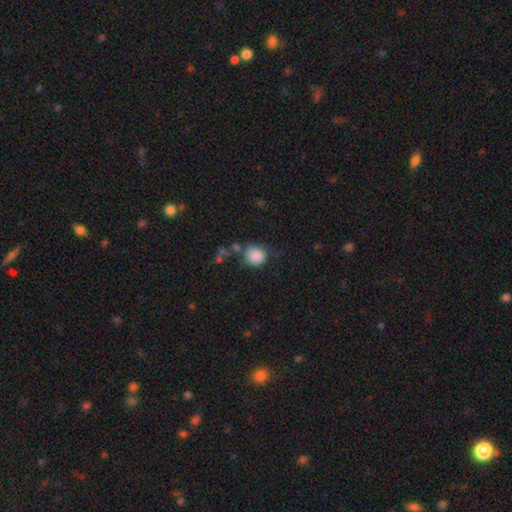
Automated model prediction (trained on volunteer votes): A smooth galaxy with no disk features (87%) that is round (82%).

Vote fractions:
- Smooth or featured? smooth: 87% / star or artifact: 9% / featured or disk: 5%
- How rounded? round: 82% / in between: 17% / cigar-shaped: 1%
- Merging? none: 61% / minor disturbance: 21% / merger: 9% / major disturbance: 9%